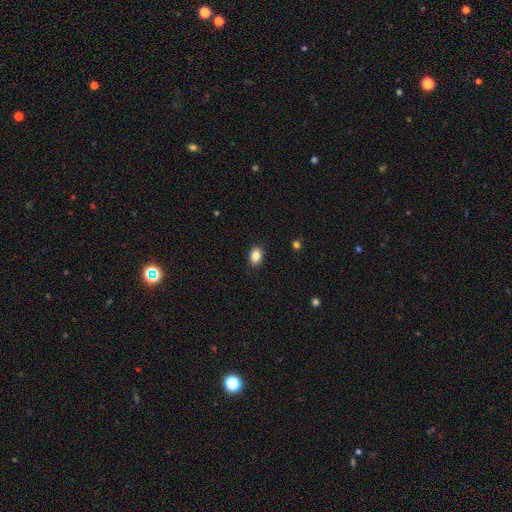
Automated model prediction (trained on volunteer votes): Morphology: type=smooth (86%); roundness=in between (75%); merging=none (89%).